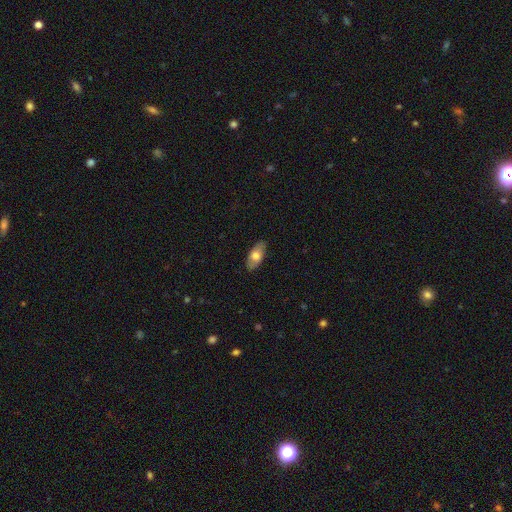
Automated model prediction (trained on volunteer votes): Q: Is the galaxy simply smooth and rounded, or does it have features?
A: smooth — 66%.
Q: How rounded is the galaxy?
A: in between — 89%.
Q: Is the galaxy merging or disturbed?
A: none — 85%.